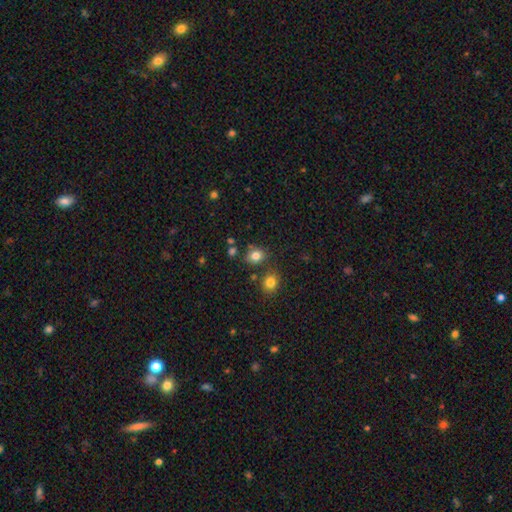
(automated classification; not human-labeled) Smooth or featured? smooth (81%)
How rounded? round (65%)
Merging? none (75%)